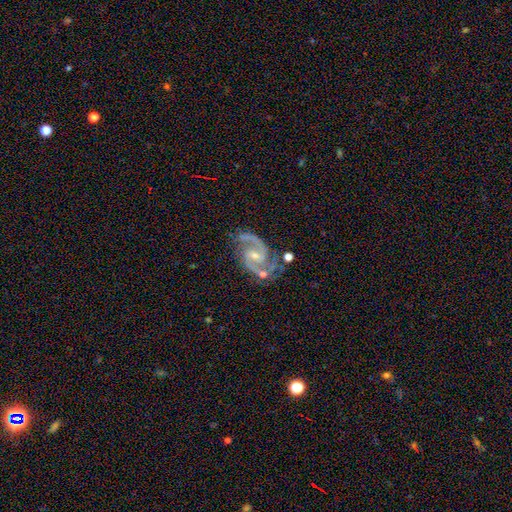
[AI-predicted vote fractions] Overall: featured or disk (93%). Edge-on disk: no (98%). Bar: weak (45%; no 34%). Spiral arms: yes (99%). Spiral arm count: 2 (92%). Spiral winding: medium (65%). Bulge size: small (65%; moderate 30%). Merging: none (67%).